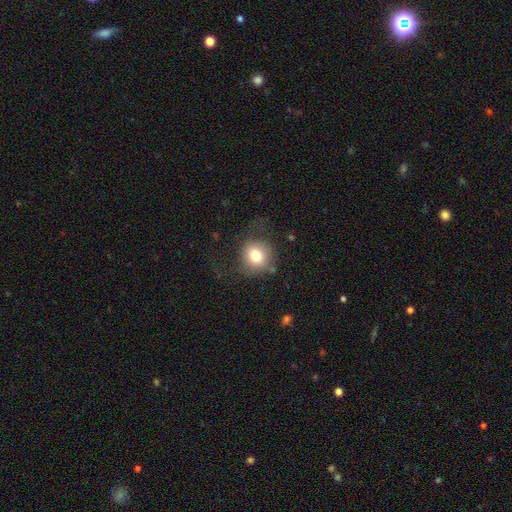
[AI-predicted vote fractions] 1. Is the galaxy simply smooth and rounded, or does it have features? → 76% smooth, 13% featured or disk, 12% star or artifact.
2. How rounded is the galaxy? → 87% round, 12% in between, 1% cigar-shaped.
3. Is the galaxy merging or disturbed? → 66% none, 18% minor disturbance, 14% major disturbance, 2% merger.